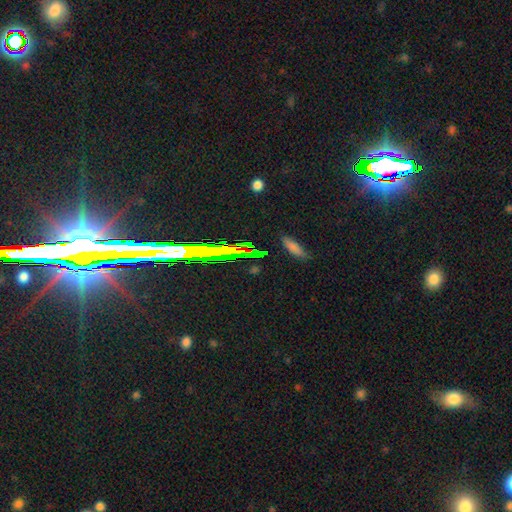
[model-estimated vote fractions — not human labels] A star or artifact, not a galaxy (46%).

Vote fractions:
- Smooth or featured? star or artifact: 46% / smooth: 29% / featured or disk: 25%